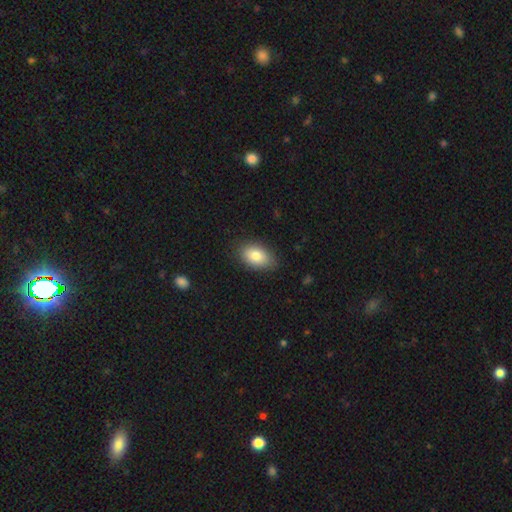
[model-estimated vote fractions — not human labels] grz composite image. It shows a smooth galaxy with no disk features (82%) that is in between round and cigar-shaped (91%). Merging: none (85%).